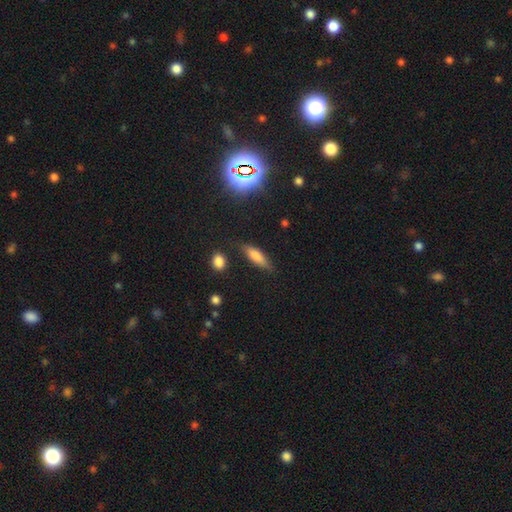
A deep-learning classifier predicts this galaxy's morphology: This is likely a smooth galaxy (71%). How rounded: possibly cigar-shaped (56%). Merging: likely none (76%).